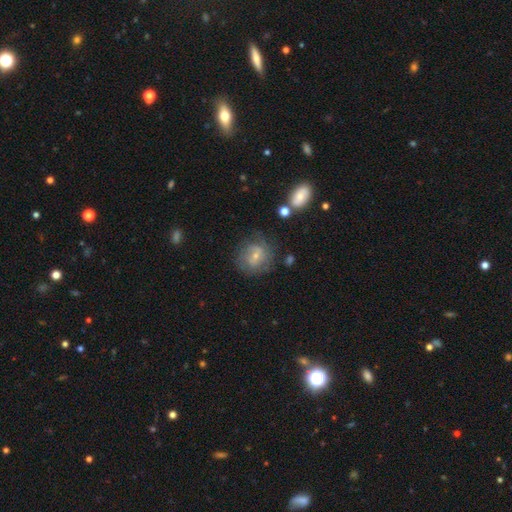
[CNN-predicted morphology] This is possibly a featured or disk galaxy (54%). It is clearly not viewed edge-on (97%). Bar: possibly no (52%). Spiral arm pattern: likely yes (69%). Central bulge: likely small (63%). Merging: likely none (63%).